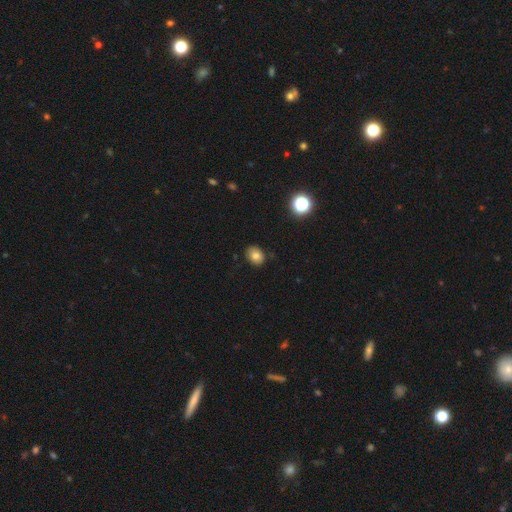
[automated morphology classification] Overall: smooth (77%). How rounded: in between (52%; round 48%). Merging: none (84%).